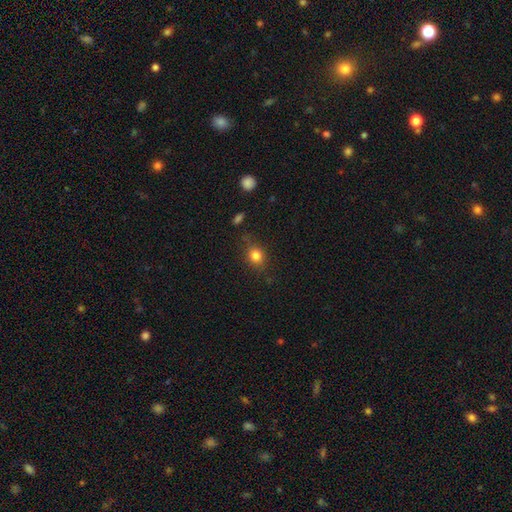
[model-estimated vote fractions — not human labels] smooth-or-featured: smooth: 81% | star or artifact: 12% | featured or disk: 7%
  how-rounded: round: 71% | in between: 28% | cigar-shaped: 1%
  merging: none: 77% | minor disturbance: 16% | major disturbance: 5% | merger: 2%